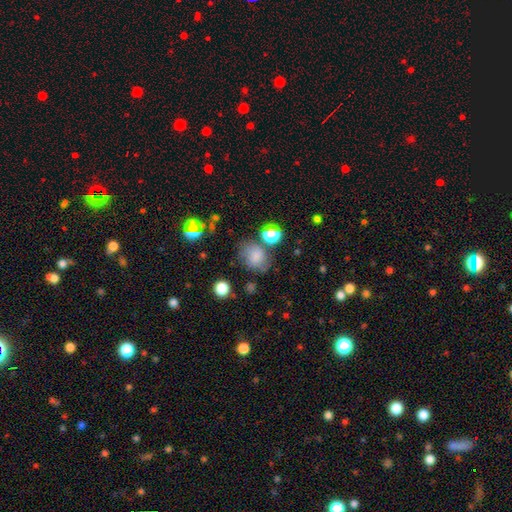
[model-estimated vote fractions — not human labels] A smooth galaxy with no disk features (73%) that is round (57%). Merging: none (61%).